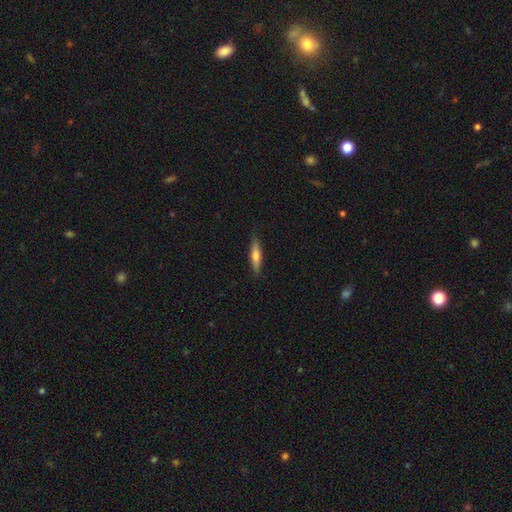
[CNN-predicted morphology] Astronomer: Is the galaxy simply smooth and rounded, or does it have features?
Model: smooth — 58% (runner-up: featured or disk, 37%).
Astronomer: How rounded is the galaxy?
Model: cigar-shaped — 77%.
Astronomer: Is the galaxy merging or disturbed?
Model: none — 84%.